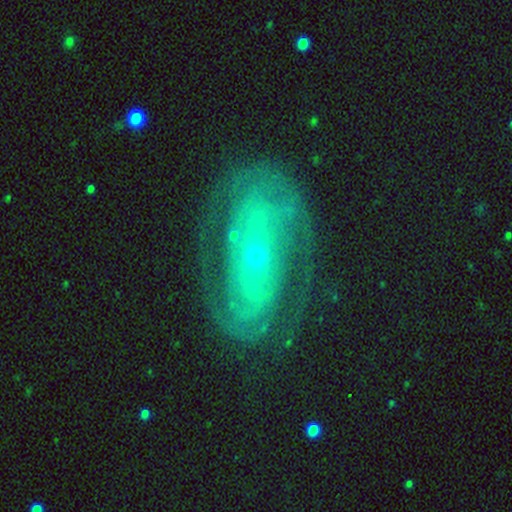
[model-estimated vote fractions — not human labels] smooth-or-featured: featured or disk: 79% | smooth: 11% | star or artifact: 9%
  disk-edge-on: no: 90% | yes: 10%
    bar: no: 35% (tied) | weak: 35% (tied) | strong: 29%
    has-spiral-arms: yes: 81% | no: 19%
      spiral-winding: tight: 52% | medium: 33% | loose: 15%
      spiral-arm-count: 2: 43% | can't tell: 37% | 3: 7% | 1: 5% | 4: 4% | more than 4: 4%
    bulge-size: small: 79% | moderate: 17% | none: 1% | large: 1% | dominant: 1%
  merging: none: 72% | minor disturbance: 17% | major disturbance: 9% | merger: 2%